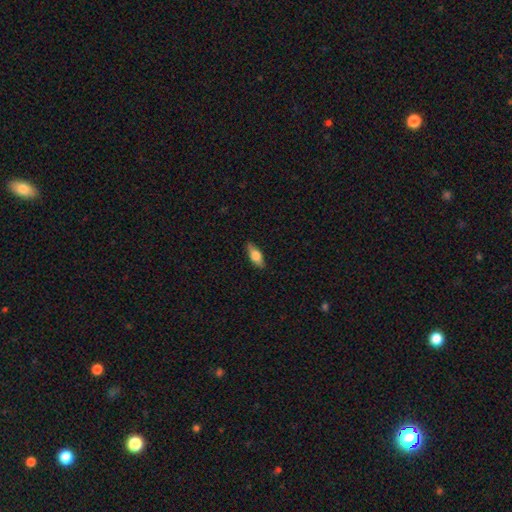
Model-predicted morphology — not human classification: Smooth or featured? Predicted: smooth (p=0.67). How rounded? Predicted: in between (p=0.72). Merging? Predicted: none (p=0.87).